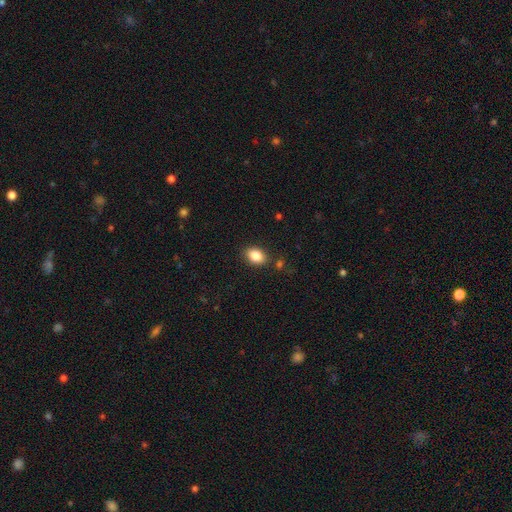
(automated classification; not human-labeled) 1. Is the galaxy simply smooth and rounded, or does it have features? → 86% smooth, 9% star or artifact, 6% featured or disk.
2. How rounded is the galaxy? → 79% in between, 20% round, 1% cigar-shaped.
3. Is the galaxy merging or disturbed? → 84% none, 10% minor disturbance, 4% merger, 3% major disturbance.